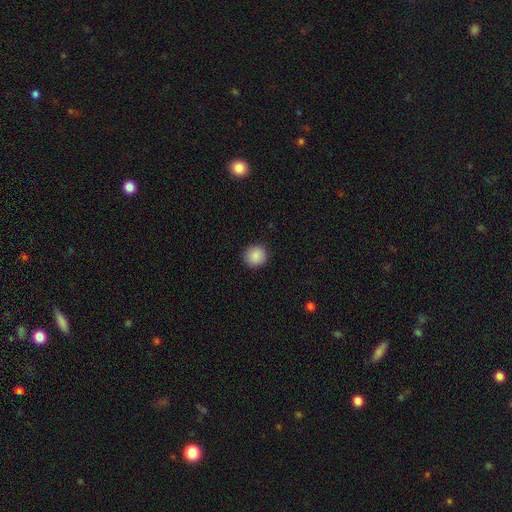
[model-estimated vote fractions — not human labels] Smooth or featured? Predicted: smooth (p=0.89). How rounded? Predicted: round (p=0.92). Merging? Predicted: none (p=0.92).